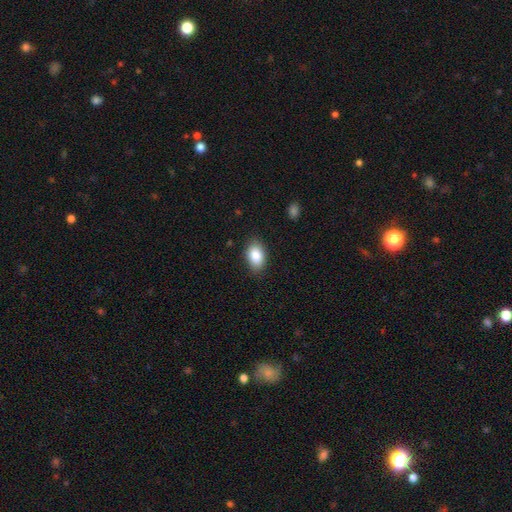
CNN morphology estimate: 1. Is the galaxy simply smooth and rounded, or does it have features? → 86% smooth, 7% star or artifact, 7% featured or disk.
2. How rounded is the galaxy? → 89% in between, 10% round, 1% cigar-shaped.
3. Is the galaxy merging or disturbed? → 85% none, 11% minor disturbance, 2% major disturbance, 1% merger.